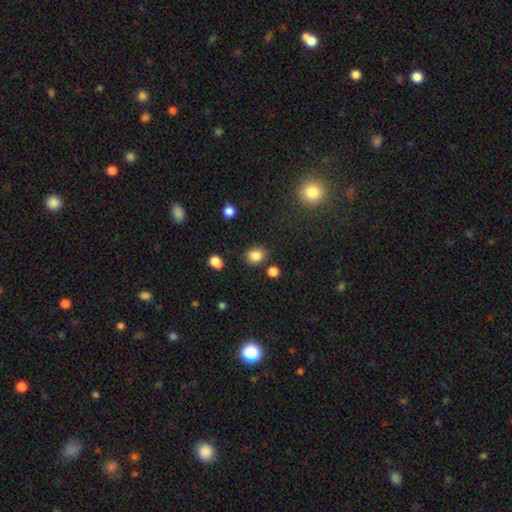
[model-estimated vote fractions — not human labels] A smooth galaxy with no disk features (85%) that is round (57%).

Vote fractions:
- Smooth or featured? smooth: 85% / star or artifact: 11% / featured or disk: 5%
- How rounded? round: 57% / in between: 42% / cigar-shaped: 1%
- Merging? none: 81% / minor disturbance: 11% / merger: 5% / major disturbance: 3%